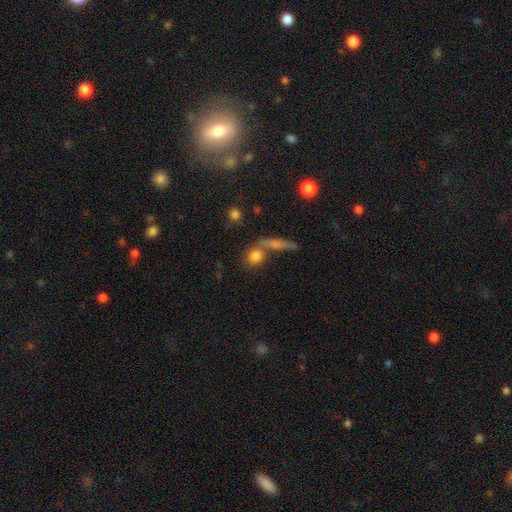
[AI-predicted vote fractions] smooth-or-featured: smooth: 79% | featured or disk: 11% | star or artifact: 10%
  how-rounded: round: 73% | in between: 19% | cigar-shaped: 8%
  merging: none: 56% | merger: 29% | minor disturbance: 10% | major disturbance: 5%